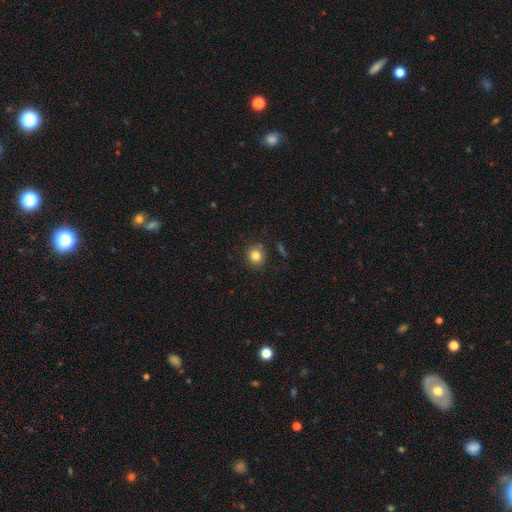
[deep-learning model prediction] Smooth or featured? smooth (82%)
How rounded? round (87%)
Merging? none (84%)